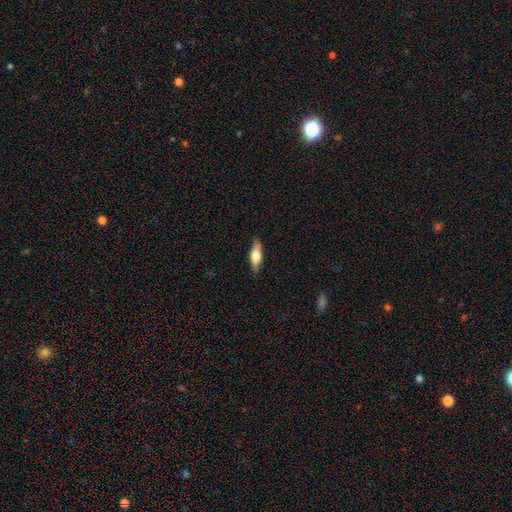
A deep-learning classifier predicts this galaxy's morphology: smooth 59%, featured or disk 35%, star or artifact 6%. Down the decision tree: how rounded — in between (56%); merging — none (84%).